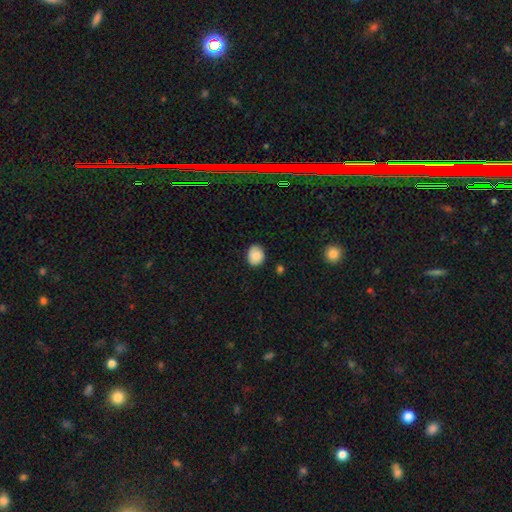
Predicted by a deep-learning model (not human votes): Overall: smooth (83%). How rounded: round (65%; in between 34%). Merging: none (82%).